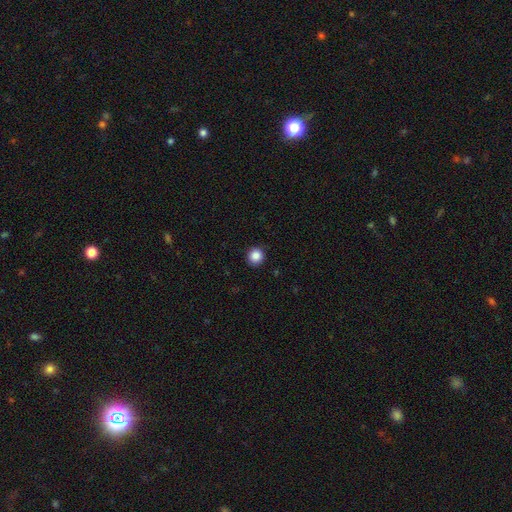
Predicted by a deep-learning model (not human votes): A smooth galaxy with no disk features (87%) that is round (93%).

Vote fractions:
- Smooth or featured? smooth: 87% / star or artifact: 10% / featured or disk: 3%
- How rounded? round: 93% / in between: 6% / cigar-shaped: 1%
- Merging? none: 91% / minor disturbance: 7% / major disturbance: 2% / merger: 1%